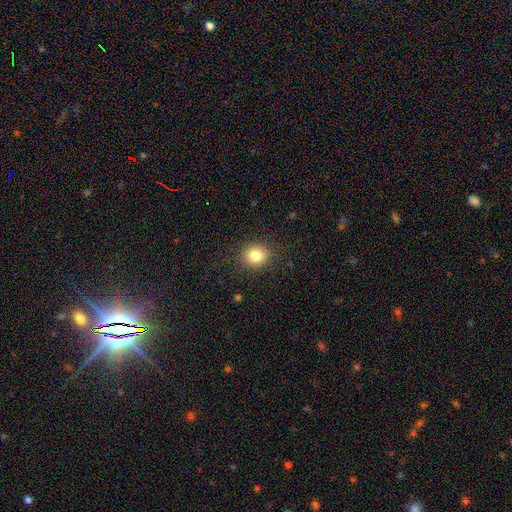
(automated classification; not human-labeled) smooth 82%, star or artifact 11%, featured or disk 7%. Down the decision tree: how rounded — round (72%); merging — none (89%).